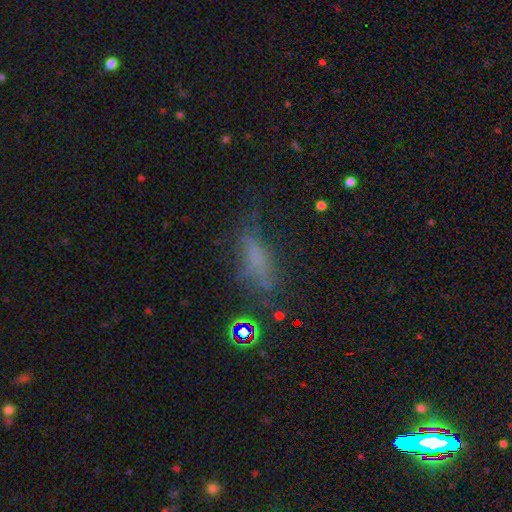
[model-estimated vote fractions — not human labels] A smooth galaxy with no disk features (49%).

Vote fractions:
- Smooth or featured? smooth: 49% / featured or disk: 28% / star or artifact: 23%
- Merging? none: 52% / minor disturbance: 23% / major disturbance: 20% / merger: 4%